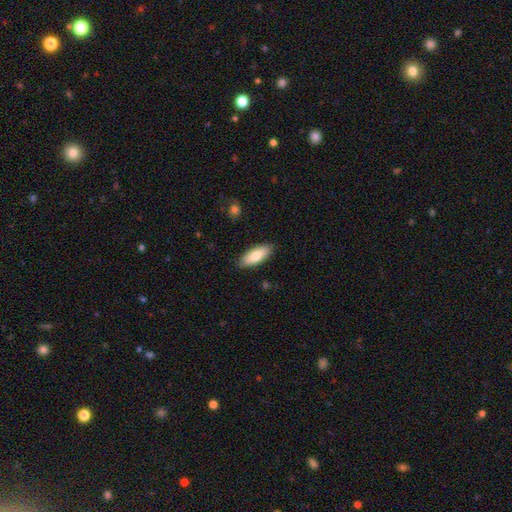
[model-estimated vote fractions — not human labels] This is likely a smooth galaxy (80%). How rounded: likely in between (78%). Merging: clearly none (88%).